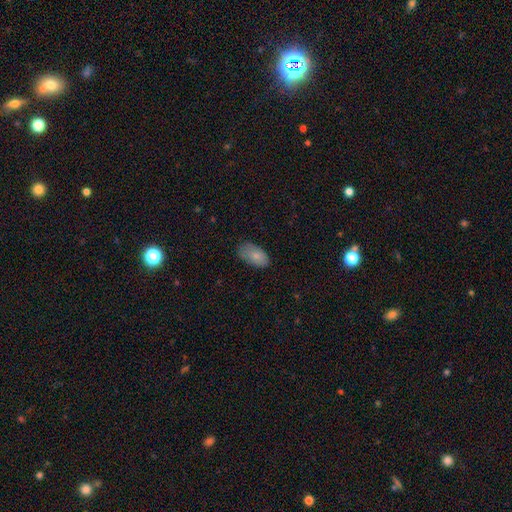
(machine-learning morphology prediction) Smooth or featured? smooth (80%)
How rounded? in between (94%)
Merging? none (73%)